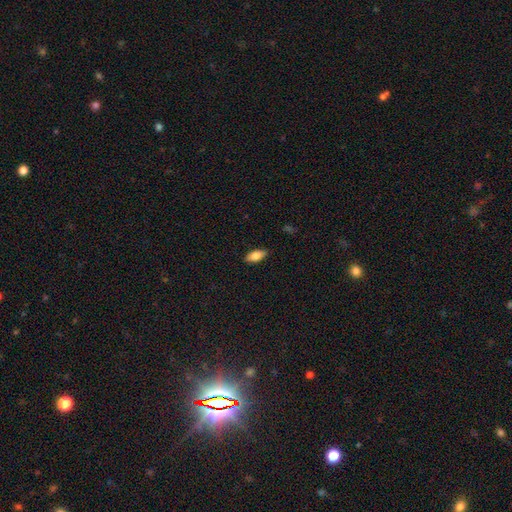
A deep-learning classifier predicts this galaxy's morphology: smooth_or_featured: smooth (p=0.78) [alt: featured or disk p=0.15]
how_rounded: in between (p=0.87) [alt: cigar-shaped p=0.10]
merging: none (p=0.86) [alt: minor disturbance p=0.11]